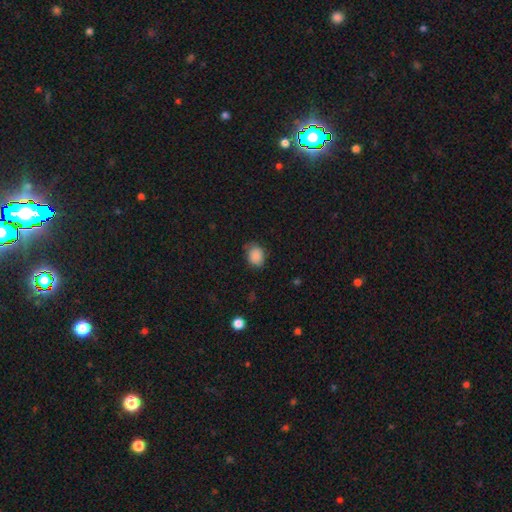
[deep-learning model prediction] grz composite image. It shows a smooth galaxy with no disk features (87%) that is in between round and cigar-shaped (55%). Merging: none (69%).